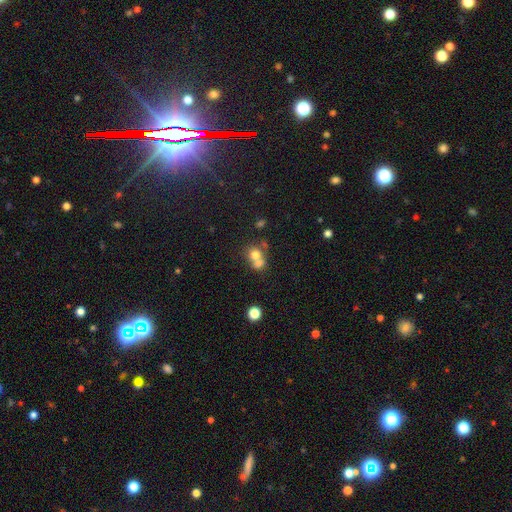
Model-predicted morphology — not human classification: Smooth or featured?
  - smooth: 70% *
  - featured or disk: 17%
  - star or artifact: 13%
How rounded?
  - round: 76% *
  - in between: 23%
  - cigar-shaped: 1%
Merging?
  - merger: 60% *
  - none: 30%
  - minor disturbance: 7%
  - major disturbance: 4%